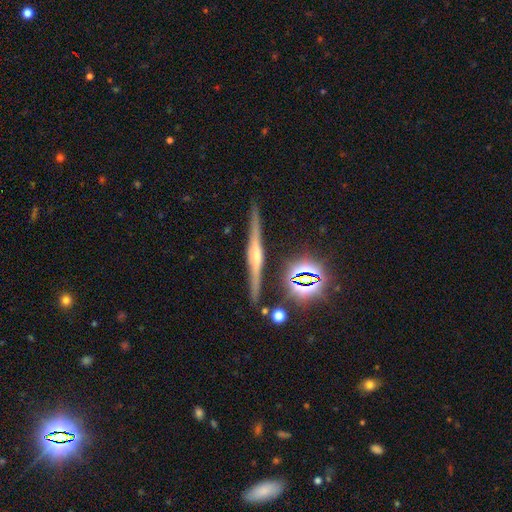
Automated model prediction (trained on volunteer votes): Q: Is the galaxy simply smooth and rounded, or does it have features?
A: featured or disk — 70%.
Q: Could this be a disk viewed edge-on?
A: yes — 97%.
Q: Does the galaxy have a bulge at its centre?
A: rounded — 68%.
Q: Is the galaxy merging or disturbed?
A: none — 89%.